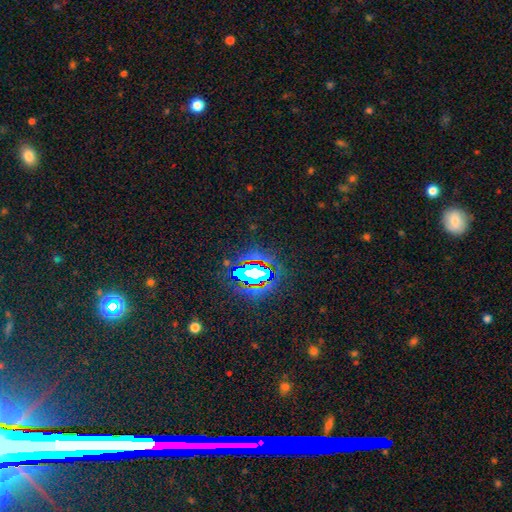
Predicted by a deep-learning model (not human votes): Q: Smooth or featured?
A: star or artifact (78%); runner-up: smooth (13%)